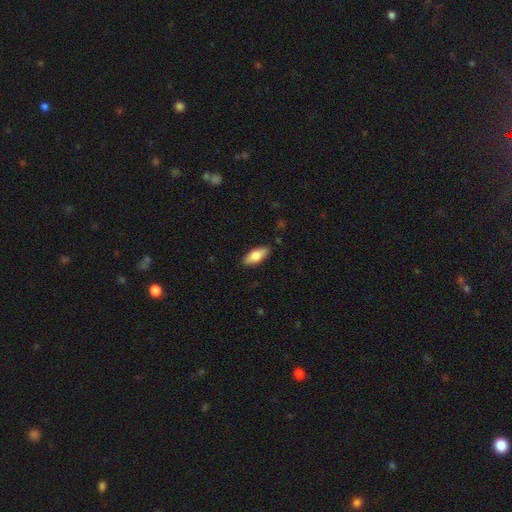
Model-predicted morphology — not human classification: The model was most divided on "smooth or featured": smooth: 73%, featured or disk: 21%, star or artifact: 6%. More confident: merging — none (87%); how rounded — in between (80%).